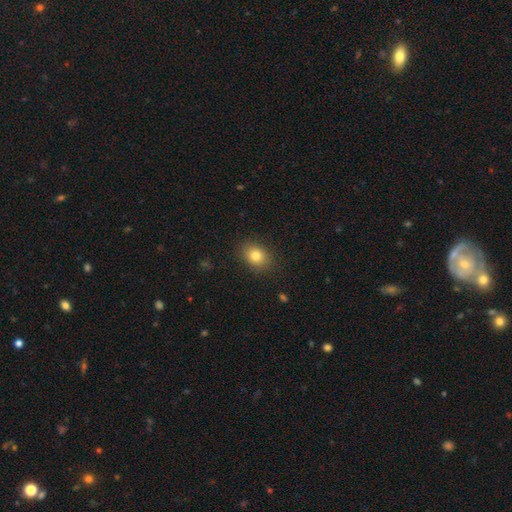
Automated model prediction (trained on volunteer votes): A smooth galaxy with no disk features (81%) that is in between round and cigar-shaped (60%).

Vote fractions:
- Smooth or featured? smooth: 81% / star or artifact: 11% / featured or disk: 8%
- How rounded? in between: 60% / round: 39% / cigar-shaped: 1%
- Merging? none: 86% / minor disturbance: 10% / major disturbance: 3% / merger: 1%